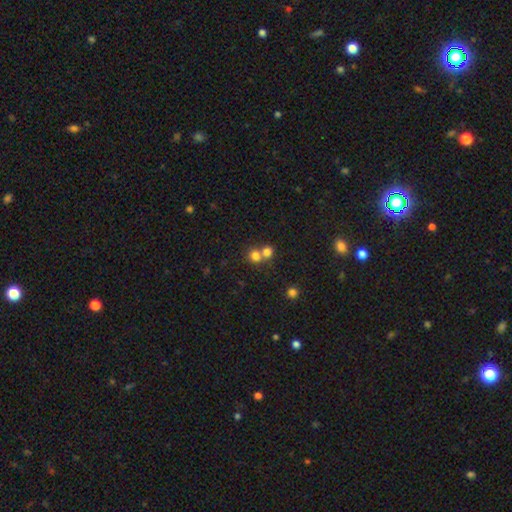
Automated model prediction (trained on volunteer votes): The model was most divided on "merging": merger: 53%, none: 40%, minor disturbance: 5%, major disturbance: 2%. More confident: how rounded — round (82%); smooth or featured — smooth (76%).